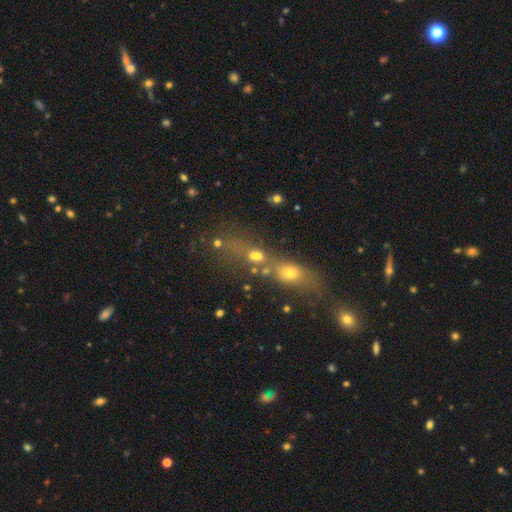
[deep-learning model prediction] A smooth galaxy with no disk features (58%) that is in between round and cigar-shaped (47%). Merging: merger (49%).